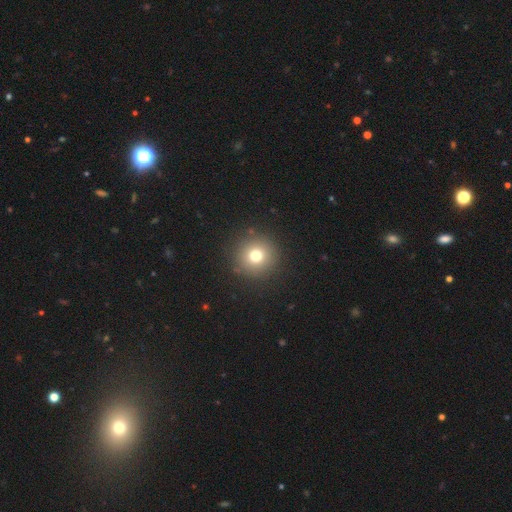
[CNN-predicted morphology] smooth 74%, star or artifact 15%, featured or disk 11%. Down the decision tree: how rounded — round (95%); merging — none (90%).